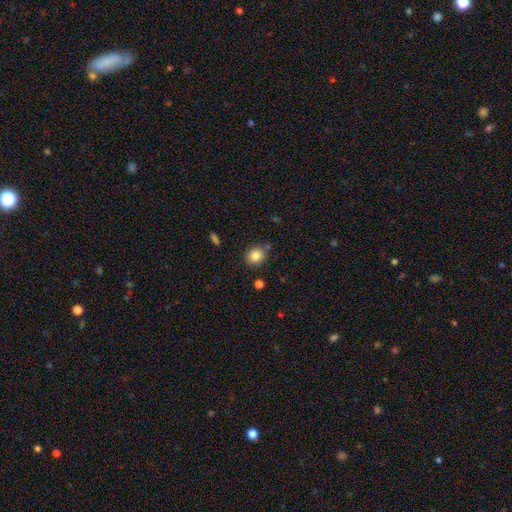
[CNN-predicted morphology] Smooth or featured: smooth — 84% (star or artifact — 10%)
How rounded: round — 78% (in between — 21%)
Merging: none — 83% (minor disturbance — 9%)